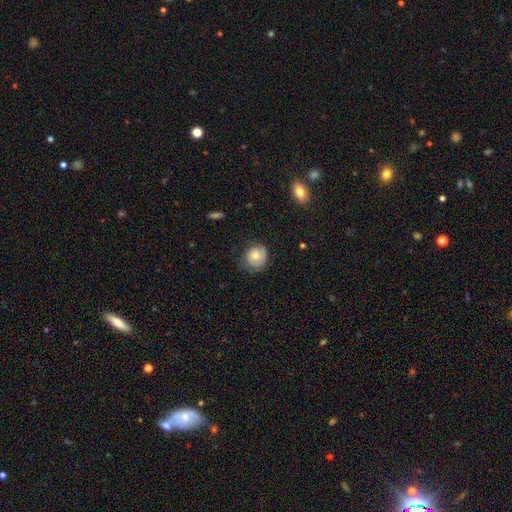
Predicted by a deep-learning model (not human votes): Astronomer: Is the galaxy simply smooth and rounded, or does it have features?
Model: smooth — 66%.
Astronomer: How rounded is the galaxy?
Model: round — 81%.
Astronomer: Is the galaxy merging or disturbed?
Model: none — 62%.